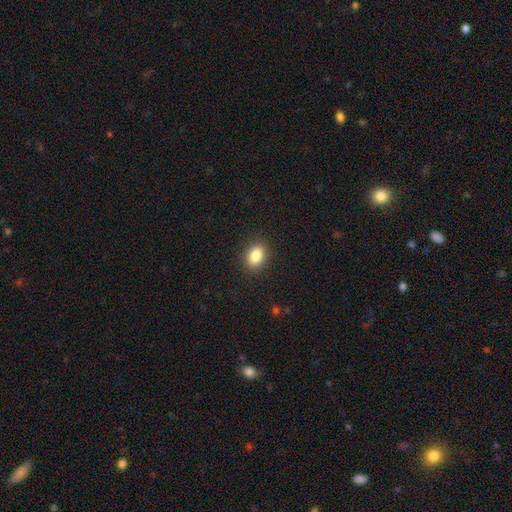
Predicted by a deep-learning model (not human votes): Smooth or featured?
  - smooth: 85% *
  - star or artifact: 9%
  - featured or disk: 5%
How rounded?
  - in between: 71% *
  - round: 27%
  - cigar-shaped: 1%
Merging?
  - none: 89% *
  - minor disturbance: 7%
  - major disturbance: 2%
  - merger: 1%